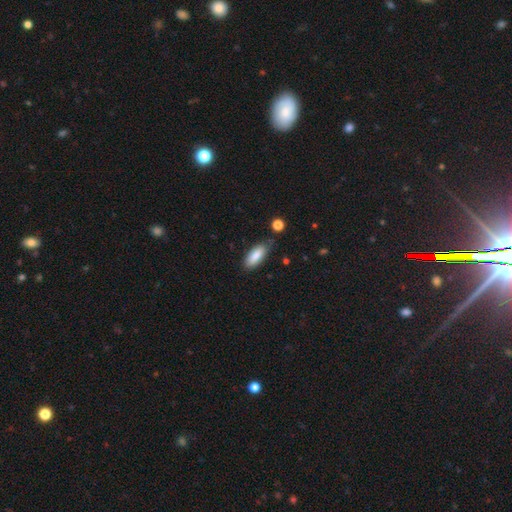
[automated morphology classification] The model was most divided on "how rounded": in between: 78%, cigar-shaped: 20%, round: 2%. More confident: smooth or featured — smooth (85%); merging — none (77%).